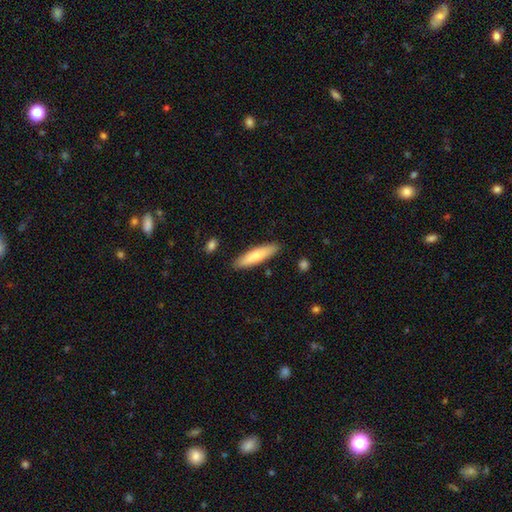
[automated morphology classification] Smooth or featured? smooth (72%)
How rounded? cigar-shaped (75%)
Merging? none (87%)